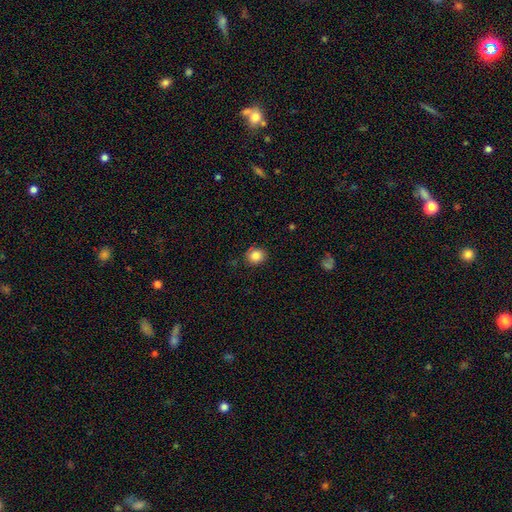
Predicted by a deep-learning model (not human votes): Q: Smooth or featured?
A: smooth (85%); runner-up: star or artifact (10%)
Q: How rounded?
A: round (79%); runner-up: in between (20%)
Q: Merging?
A: none (86%); runner-up: minor disturbance (11%)